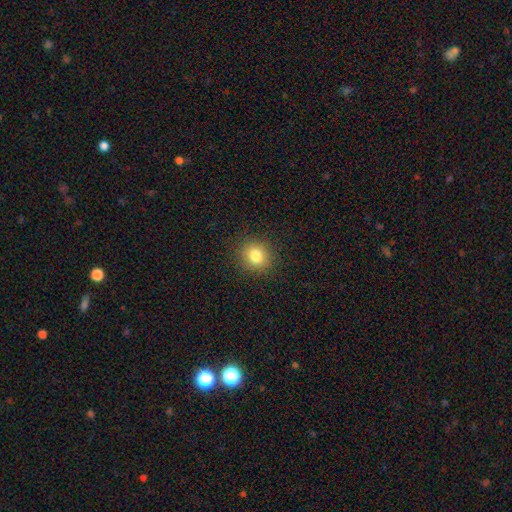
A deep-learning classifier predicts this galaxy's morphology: Smooth or featured? smooth (81%)
How rounded? round (81%)
Merging? none (90%)